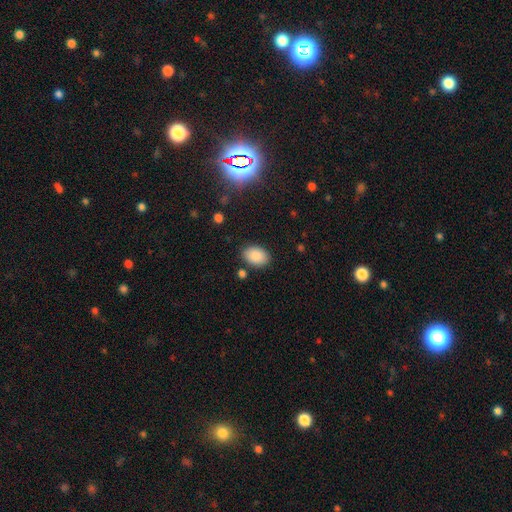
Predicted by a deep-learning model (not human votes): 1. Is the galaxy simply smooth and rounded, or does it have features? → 88% smooth, 8% star or artifact, 4% featured or disk.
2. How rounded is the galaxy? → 85% in between, 14% round, 1% cigar-shaped.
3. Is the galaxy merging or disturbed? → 85% none, 10% minor disturbance, 3% major disturbance, 3% merger.